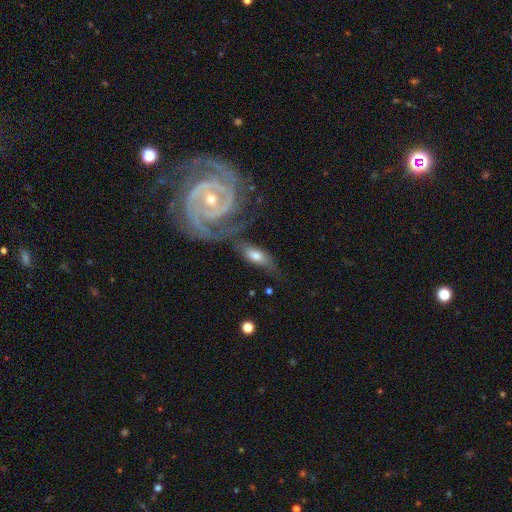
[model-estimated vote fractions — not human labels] This is possibly a featured or disk galaxy (47%). Merging: possibly none (46%).